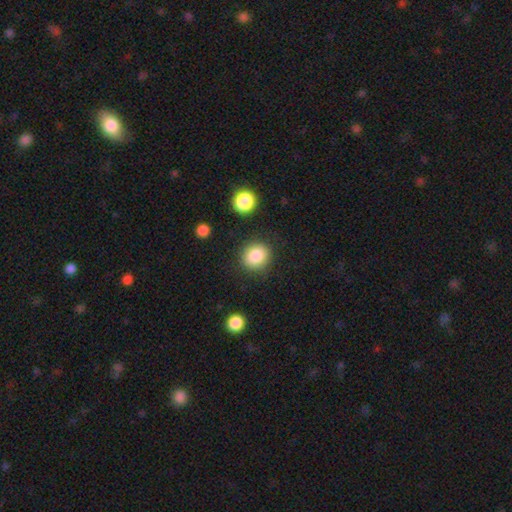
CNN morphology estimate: A smooth galaxy with no disk features (85%) that is round (85%). Merging: none (86%).